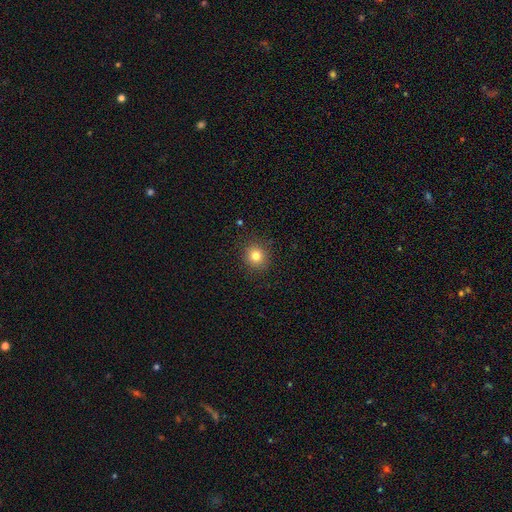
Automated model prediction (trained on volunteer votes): This is clearly a smooth galaxy (81%). How rounded: clearly round (87%). Merging: clearly none (89%).